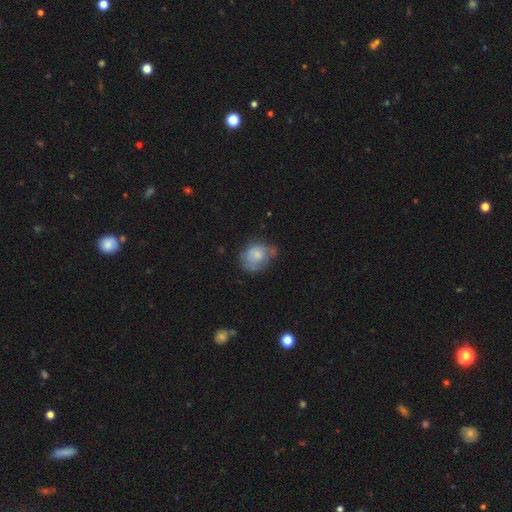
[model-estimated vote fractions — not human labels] This appears to be a smooth galaxy with no disk features (63%) that is round (52%). Merging: none (39%).